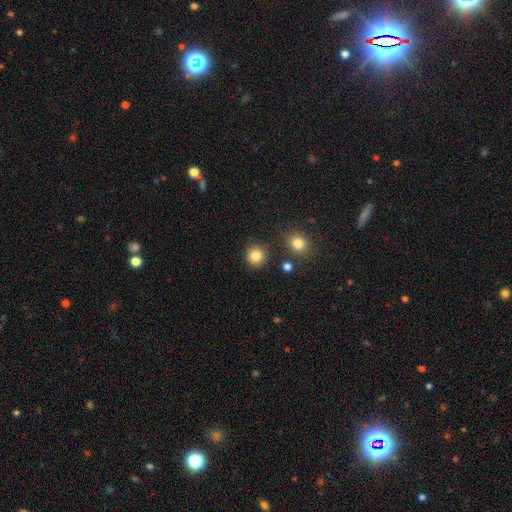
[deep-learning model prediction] smooth 83%, star or artifact 11%, featured or disk 6%. Down the decision tree: how rounded — round (92%); merging — none (88%).